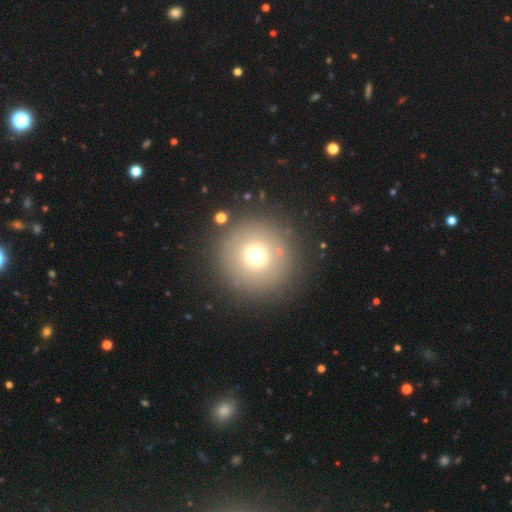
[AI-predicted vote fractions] A smooth galaxy with no disk features (69%) that is round (96%). Merging: none (87%).